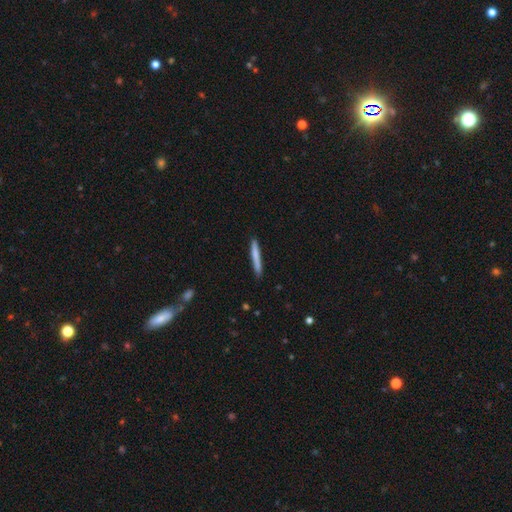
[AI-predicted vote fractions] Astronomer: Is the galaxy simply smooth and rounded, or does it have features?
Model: smooth — 74%.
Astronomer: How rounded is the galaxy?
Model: cigar-shaped — 96%.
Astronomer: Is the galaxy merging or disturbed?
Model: none — 87%.